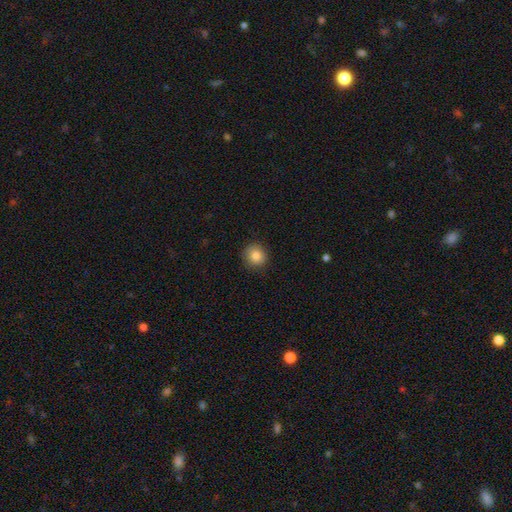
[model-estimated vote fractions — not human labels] Overall: smooth (84%). How rounded: round (89%). Merging: none (88%).